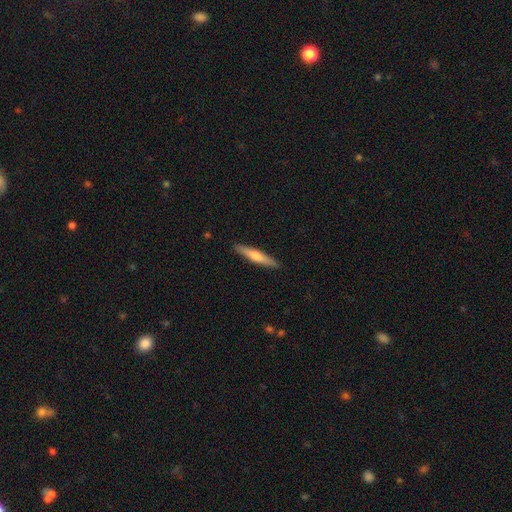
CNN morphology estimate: This is possibly a smooth galaxy (52%). How rounded: clearly cigar-shaped (90%). Merging: clearly none (91%).